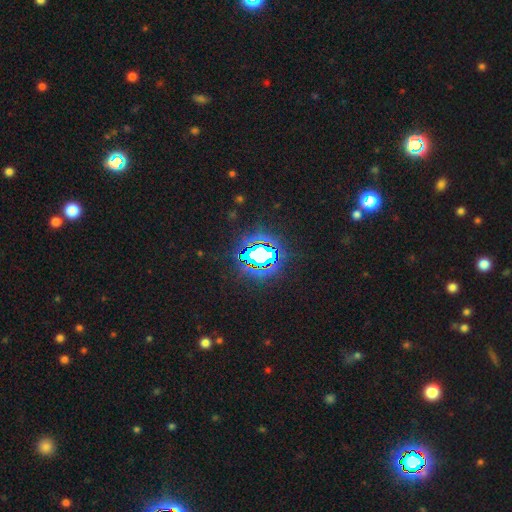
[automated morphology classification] A star or artifact, not a galaxy (78%).